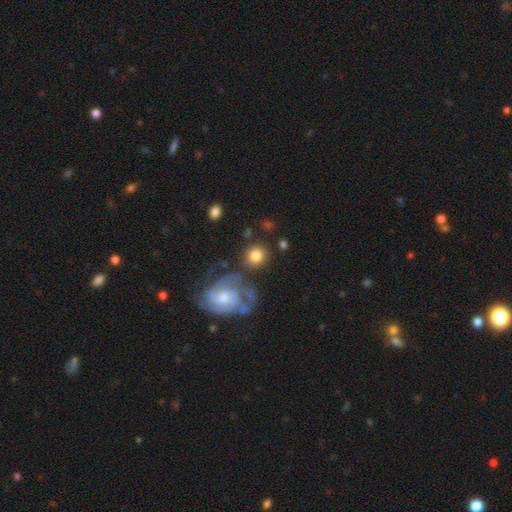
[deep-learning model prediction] smooth 77%, featured or disk 16%, star or artifact 7%. Down the decision tree: how rounded — round (80%); merging — none (69%).